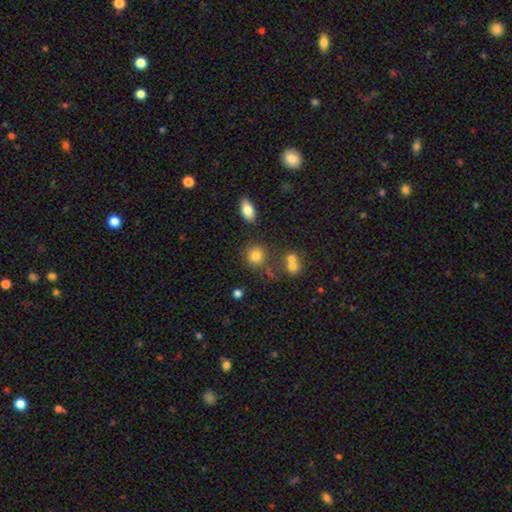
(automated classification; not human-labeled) The model was most divided on "merging": none: 71%, minor disturbance: 12%, merger: 12%, major disturbance: 5%. More confident: how rounded — round (85%); smooth or featured — smooth (80%).